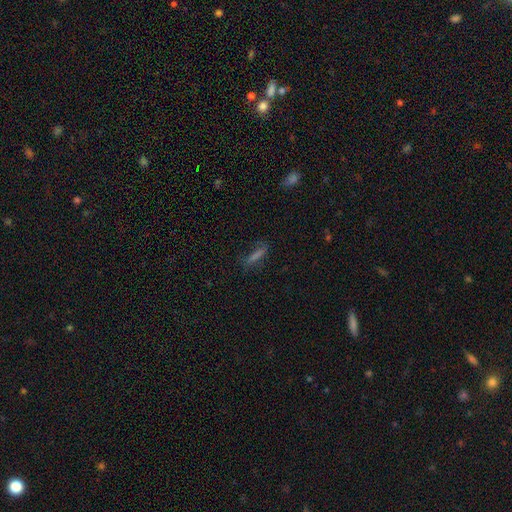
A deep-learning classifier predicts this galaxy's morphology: This is possibly a smooth galaxy (54%). How rounded: likely cigar-shaped (74%). Merging: likely none (70%).